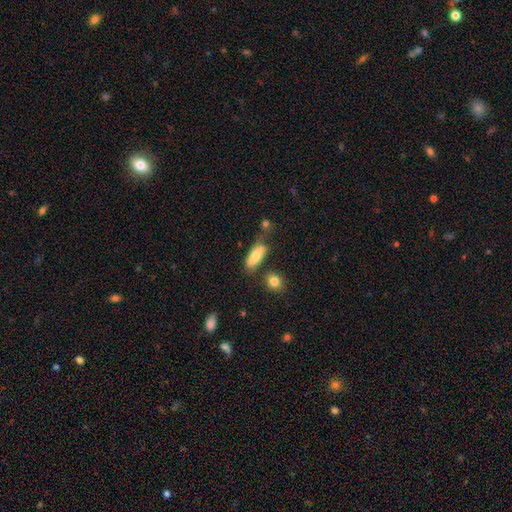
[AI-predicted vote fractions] Overall: smooth (68%). How rounded: in between (72%). Merging: none (58%; minor disturbance 24%).